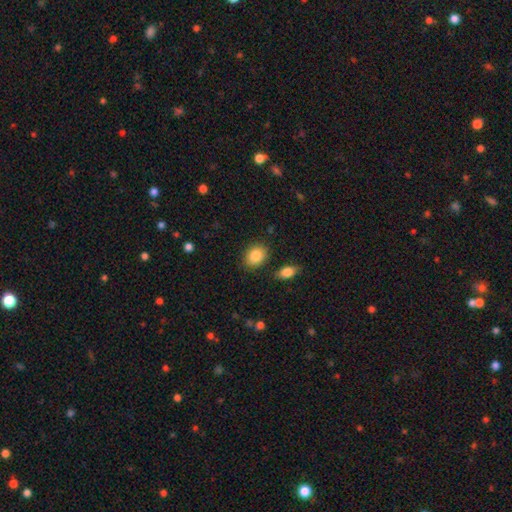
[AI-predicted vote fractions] This is clearly a smooth galaxy (86%). How rounded: possibly in between (55%). Merging: clearly none (84%).